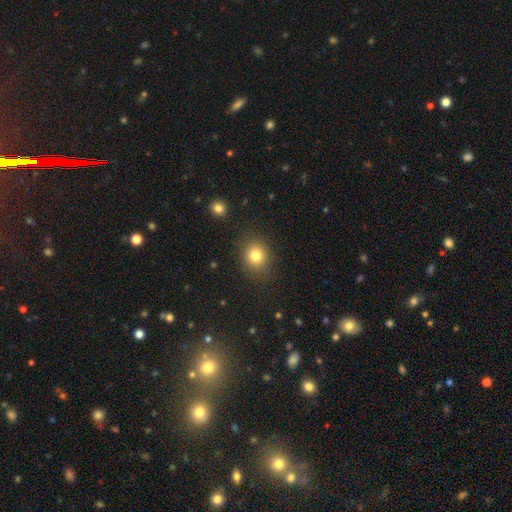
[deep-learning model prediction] Overall: smooth (81%). How rounded: round (72%). Merging: none (86%).